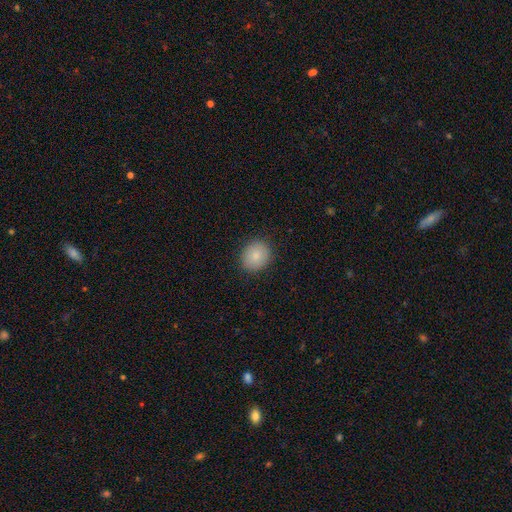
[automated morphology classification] Smooth or featured? Predicted: smooth (p=0.86). How rounded? Predicted: round (p=0.71). Merging? Predicted: none (p=0.88).